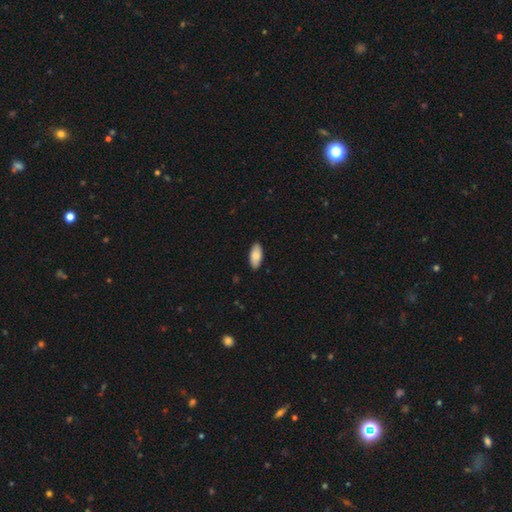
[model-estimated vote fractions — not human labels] Smooth or featured? smooth (87%)
How rounded? in between (90%)
Merging? none (89%)